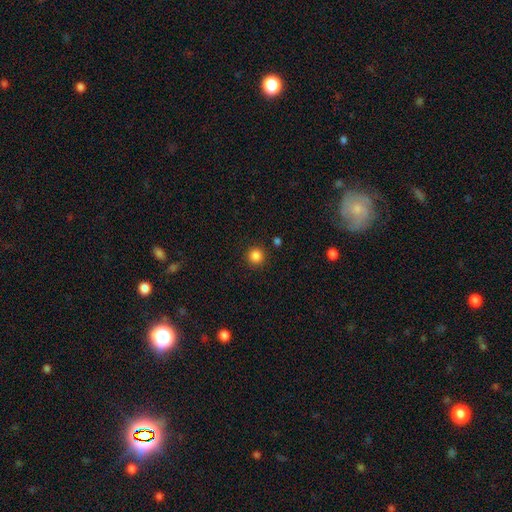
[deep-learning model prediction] Smooth or featured? Predicted: smooth (p=0.85). How rounded? Predicted: round (p=0.95). Merging? Predicted: none (p=0.91).